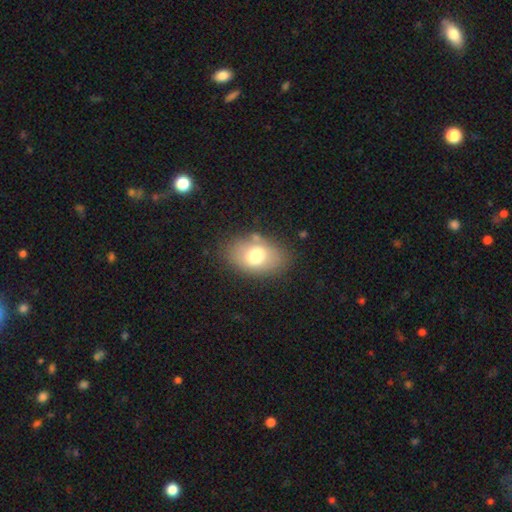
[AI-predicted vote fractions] Smooth or featured? smooth (71%)
How rounded? in between (85%)
Merging? none (76%)